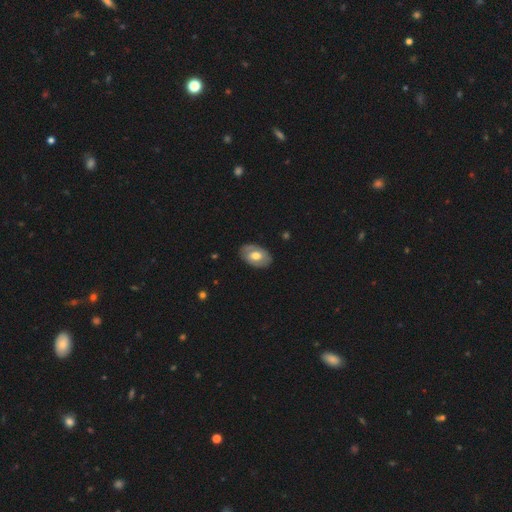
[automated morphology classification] Overall: smooth (52%; featured or disk 42%). How rounded: in between (88%). Merging: none (82%).